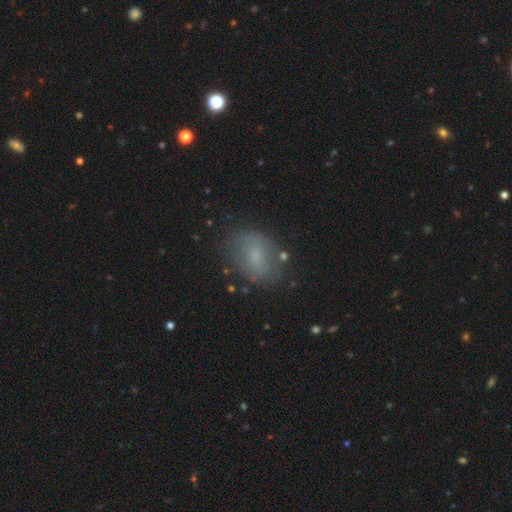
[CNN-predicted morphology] Smooth or featured? smooth (65%)
How rounded? in between (69%)
Merging? none (73%)